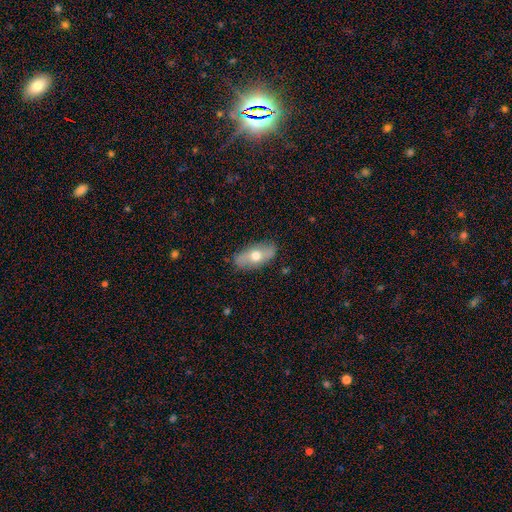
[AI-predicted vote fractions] smooth-or-featured: smooth: 57% | featured or disk: 36% | star or artifact: 6%
  how-rounded: in between: 86% | cigar-shaped: 9% | round: 5%
  merging: none: 84% | minor disturbance: 12% | major disturbance: 2% | merger: 1%